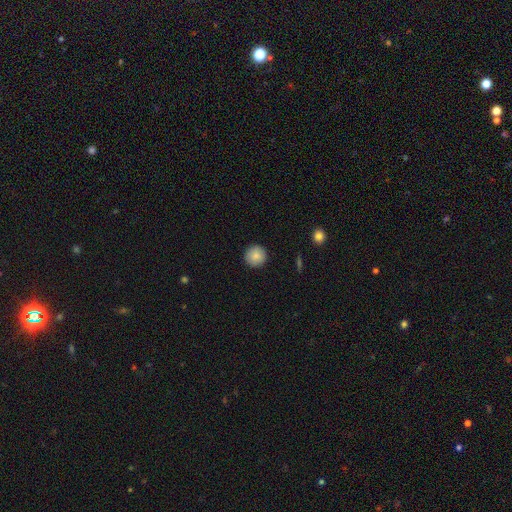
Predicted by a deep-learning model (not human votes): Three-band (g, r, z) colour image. It shows a smooth galaxy with no disk features (87%) that is round (95%). Merging: none (92%).